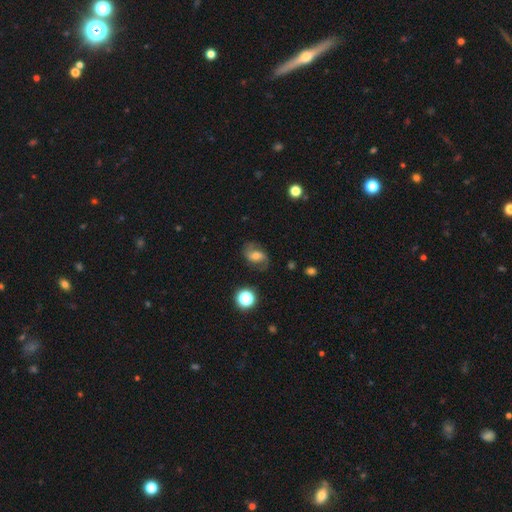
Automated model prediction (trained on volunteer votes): A featured or disk galaxy (58%) with a weak bar (42%), spiral arms (88%) and a moderate central bulge (57%). Merging: none (72%).